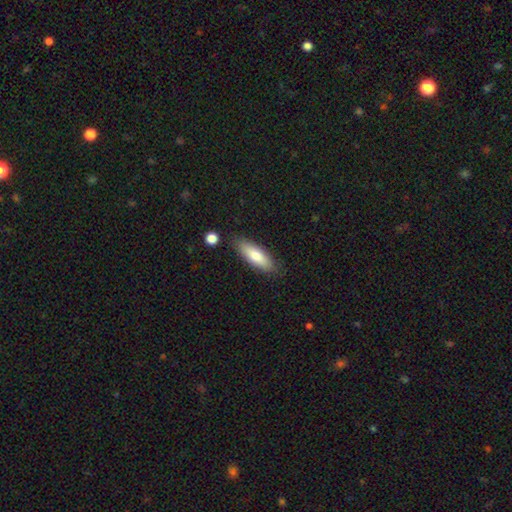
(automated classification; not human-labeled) The model was most divided on "how rounded": in between: 52%, cigar-shaped: 46%, round: 2%. More confident: merging — none (83%); smooth or featured — smooth (75%).